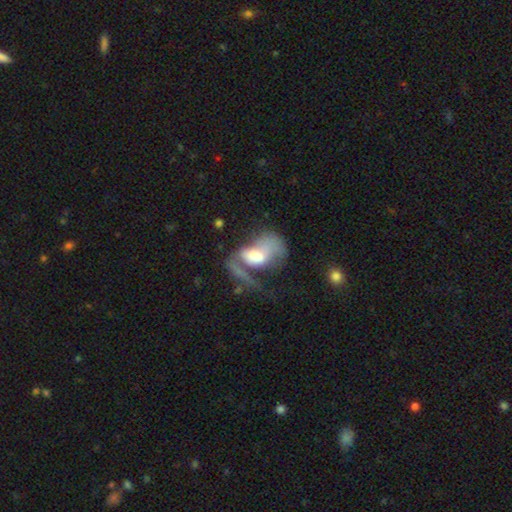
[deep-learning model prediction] The model was most divided on "smooth or featured": featured or disk: 47%, smooth: 44%, star or artifact: 9%. Remaining: merging — major disturbance (49%).